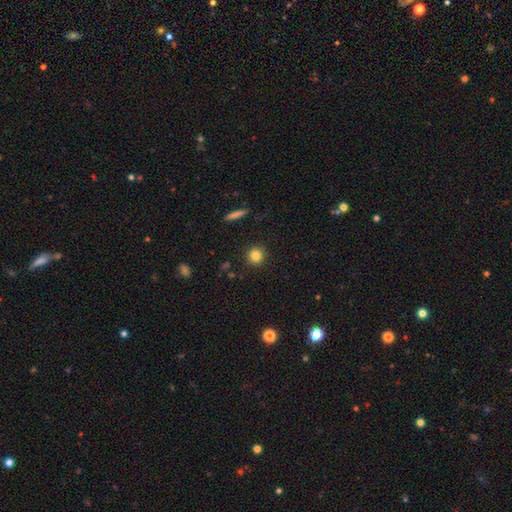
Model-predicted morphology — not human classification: smooth_or_featured: smooth (p=0.82) [alt: star or artifact p=0.11]
how_rounded: round (p=0.92) [alt: in between p=0.06]
merging: none (p=0.91) [alt: minor disturbance p=0.06]